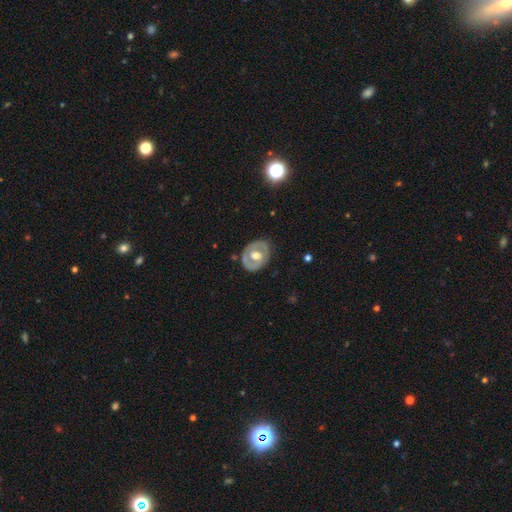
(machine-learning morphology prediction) featured or disk 61%, smooth 34%, star or artifact 5%. Down the decision tree: edge-on disk — no (94%); bar — no (71%); spiral arms — no (73%); bulge size — moderate (56%); merging — none (77%).